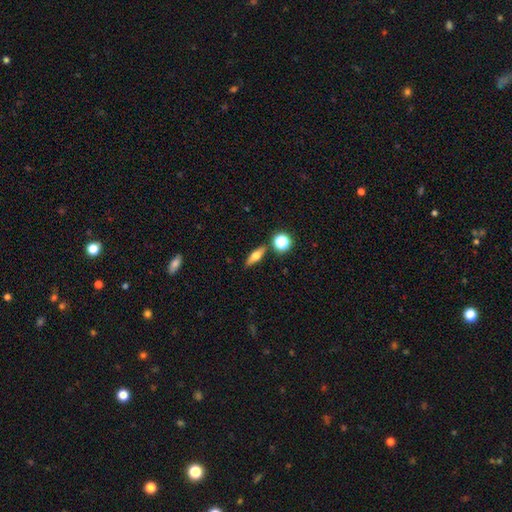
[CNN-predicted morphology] type=featured or disk (47%); merging=none (84%).